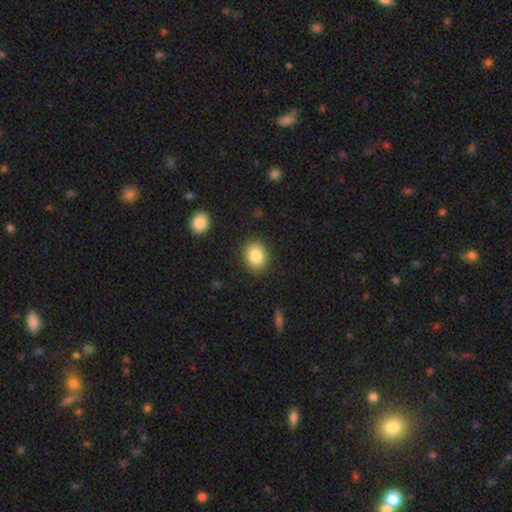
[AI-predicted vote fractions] A smooth galaxy with no disk features (85%) that is in between round and cigar-shaped (58%). Merging: none (87%).